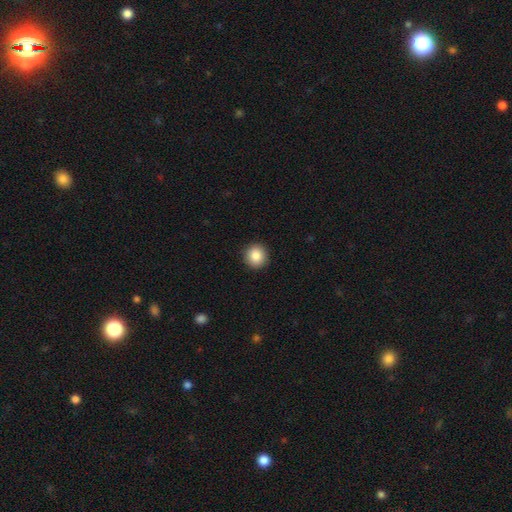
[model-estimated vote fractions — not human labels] smooth-or-featured: smooth: 86% | star or artifact: 9% | featured or disk: 5%
  how-rounded: round: 93% | in between: 6% | cigar-shaped: 1%
  merging: none: 92% | minor disturbance: 5% | major disturbance: 2% | merger: 1%